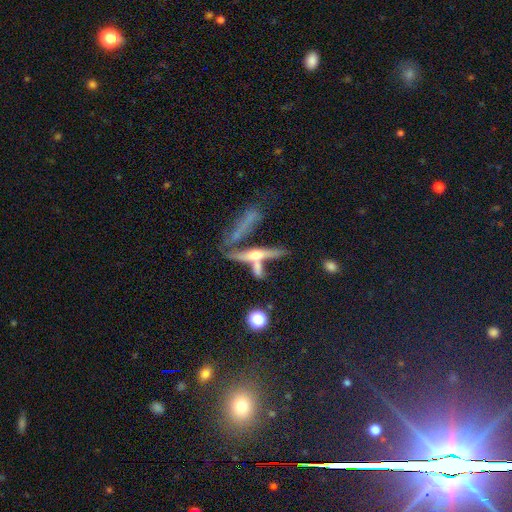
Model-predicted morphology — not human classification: Smooth or featured?
  - featured or disk: 65% *
  - smooth: 26%
  - star or artifact: 9%
Edge-on disk?
  - yes: 88% *
  - no: 12%
Edge-on bulge?
  - rounded: 87% *
  - none: 8%
  - boxy: 5%
Merging?
  - none: 44% *
  - merger: 35%
  - minor disturbance: 14%
  - major disturbance: 8%